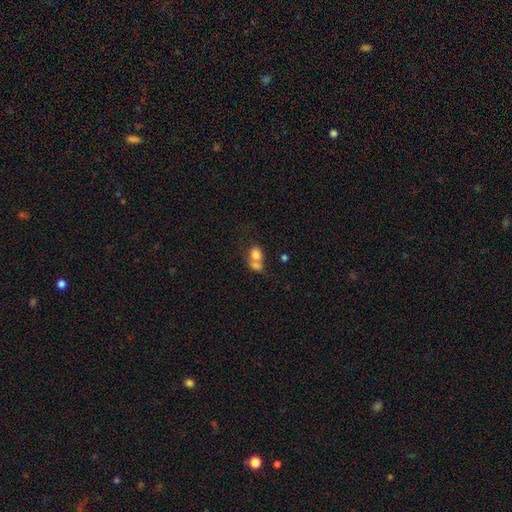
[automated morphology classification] This is likely a smooth galaxy (76%). How rounded: possibly in between (58%). Merging: likely merger (65%).